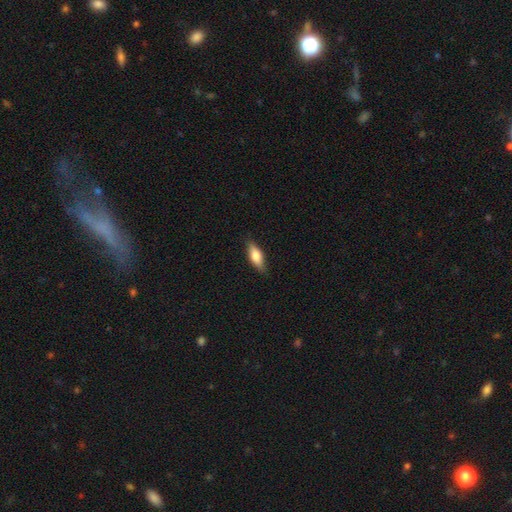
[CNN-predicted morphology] A smooth galaxy with no disk features (70%) that is in between round and cigar-shaped (68%). Merging: none (83%).